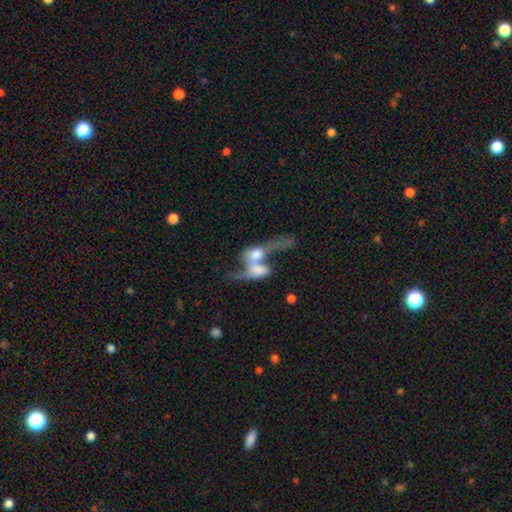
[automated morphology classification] This appears to be a featured or disk galaxy (49%). Merging: merger (78%).